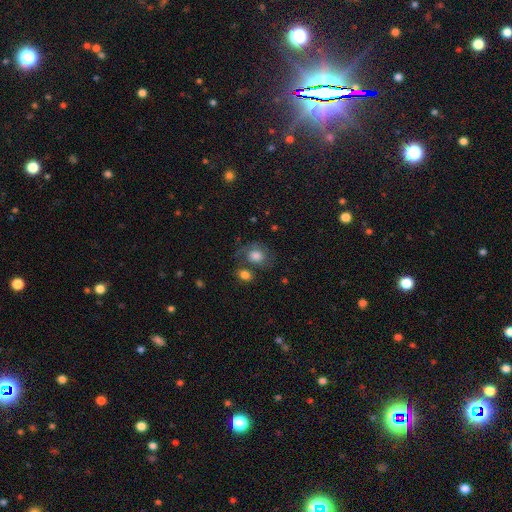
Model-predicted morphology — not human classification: Overall: smooth (58%; featured or disk 33%). How rounded: round (55%; in between 44%). Merging: none (47%; minor disturbance 20%).